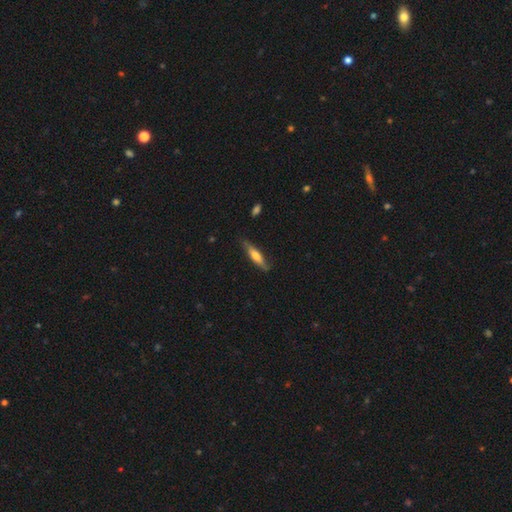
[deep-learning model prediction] Smooth or featured: smooth — 49% (featured or disk — 45%)
Merging: none — 80% (minor disturbance — 16%)